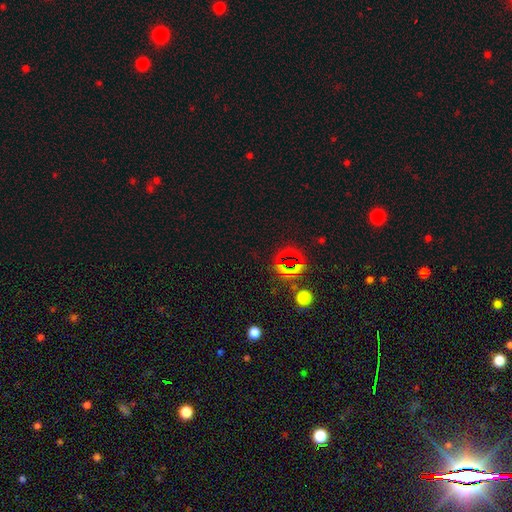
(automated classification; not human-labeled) A star or artifact, not a galaxy (71%).

Vote fractions:
- Smooth or featured? star or artifact: 71% / smooth: 21% / featured or disk: 8%